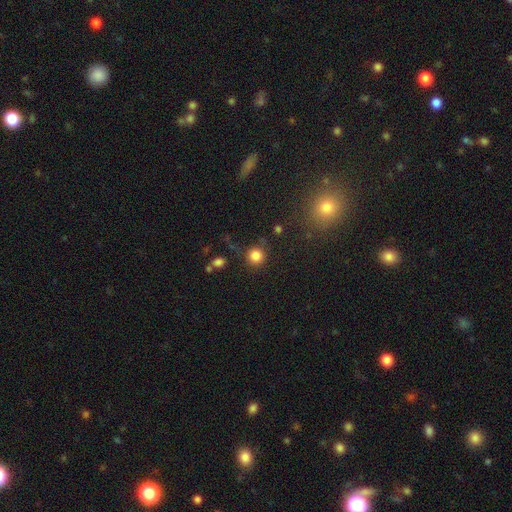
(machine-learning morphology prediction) A smooth galaxy with no disk features (84%) that is round (93%).

Vote fractions:
- Smooth or featured? smooth: 84% / star or artifact: 11% / featured or disk: 4%
- How rounded? round: 93% / in between: 6% / cigar-shaped: 1%
- Merging? none: 81% / minor disturbance: 10% / major disturbance: 4% / merger: 4%